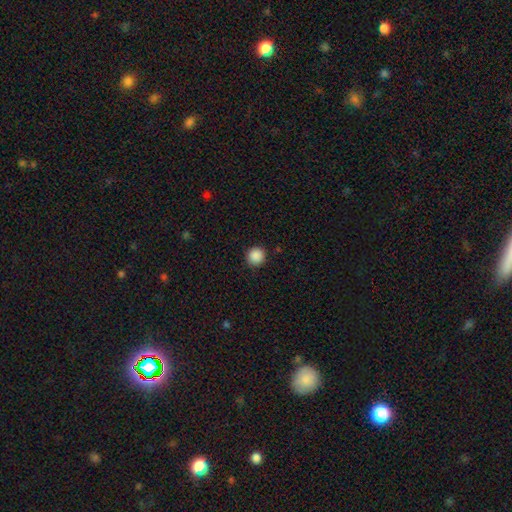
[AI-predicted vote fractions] Q: Smooth or featured?
A: smooth (88%); runner-up: star or artifact (9%)
Q: How rounded?
A: round (95%); runner-up: in between (4%)
Q: Merging?
A: none (91%); runner-up: minor disturbance (6%)